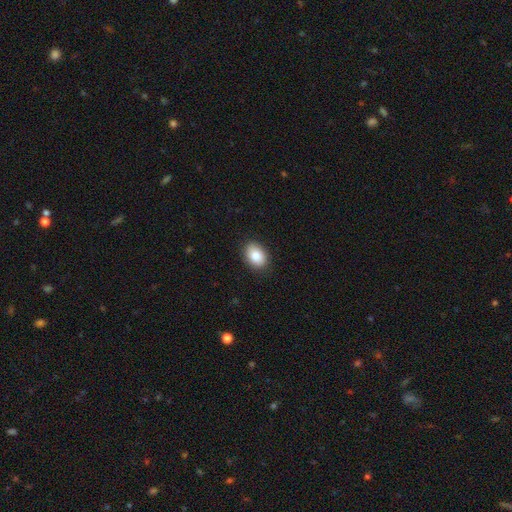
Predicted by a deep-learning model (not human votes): A smooth galaxy with no disk features (86%) that is in between round and cigar-shaped (82%).

Vote fractions:
- Smooth or featured? smooth: 86% / star or artifact: 7% / featured or disk: 6%
- How rounded? in between: 82% / round: 17% / cigar-shaped: 1%
- Merging? none: 88% / minor disturbance: 9% / major disturbance: 2% / merger: 1%